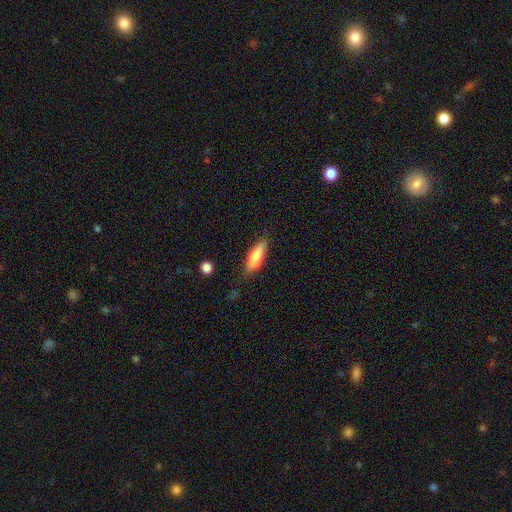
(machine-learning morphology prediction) Q: Smooth or featured?
A: smooth (81%); runner-up: featured or disk (13%)
Q: How rounded?
A: in between (51%); runner-up: cigar-shaped (47%)
Q: Merging?
A: none (74%); runner-up: minor disturbance (19%)